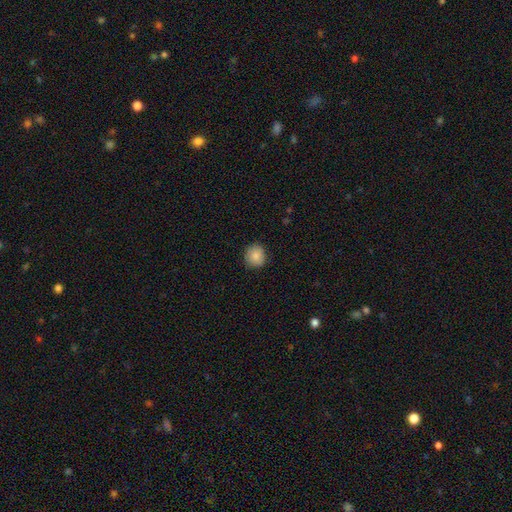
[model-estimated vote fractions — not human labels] Overall: smooth (86%). How rounded: round (87%). Merging: none (86%).